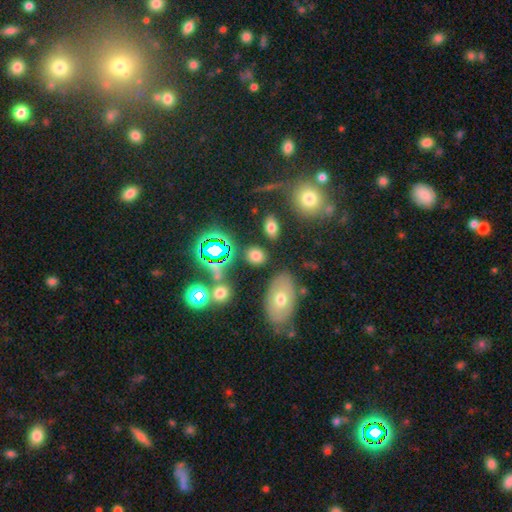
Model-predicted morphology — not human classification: This is likely a smooth galaxy (68%). How rounded: possibly in between (57%). Merging: likely none (80%).